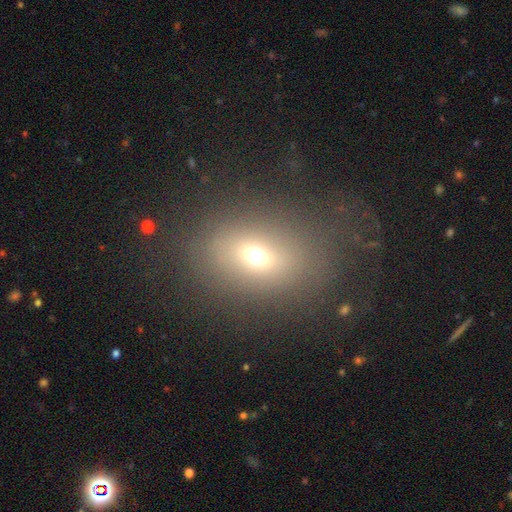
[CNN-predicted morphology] Overall: smooth (64%). How rounded: in between (66%; round 31%). Merging: none (74%).